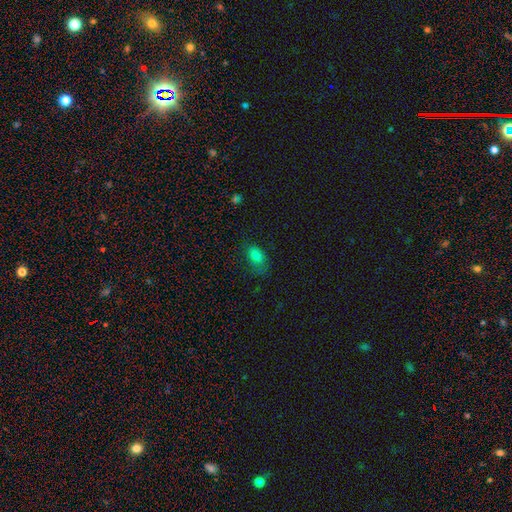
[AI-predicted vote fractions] Overall: smooth (81%). How rounded: in between (88%). Merging: none (56%; minor disturbance 28%).